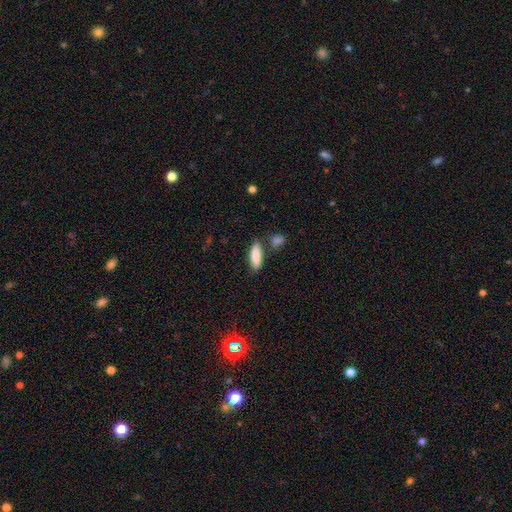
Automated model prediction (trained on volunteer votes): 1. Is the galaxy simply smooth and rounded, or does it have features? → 83% smooth, 10% featured or disk, 6% star or artifact.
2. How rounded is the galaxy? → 56% in between, 42% cigar-shaped, 2% round.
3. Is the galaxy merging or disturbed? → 71% none, 15% minor disturbance, 10% merger, 4% major disturbance.